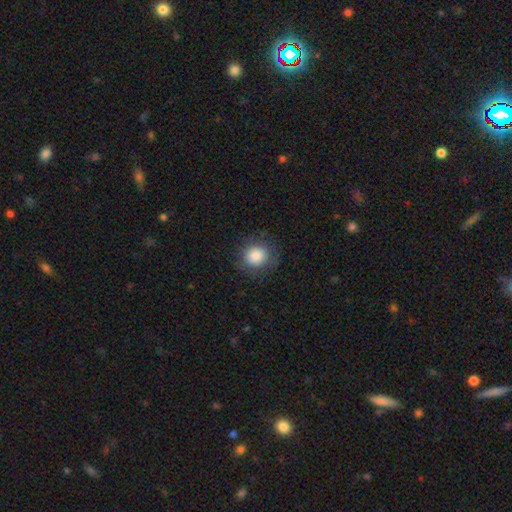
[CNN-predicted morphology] A smooth galaxy with no disk features (86%) that is round (85%).

Vote fractions:
- Smooth or featured? smooth: 86% / star or artifact: 8% / featured or disk: 6%
- How rounded? round: 85% / in between: 14% / cigar-shaped: 1%
- Merging? none: 82% / minor disturbance: 12% / major disturbance: 5% / merger: 1%